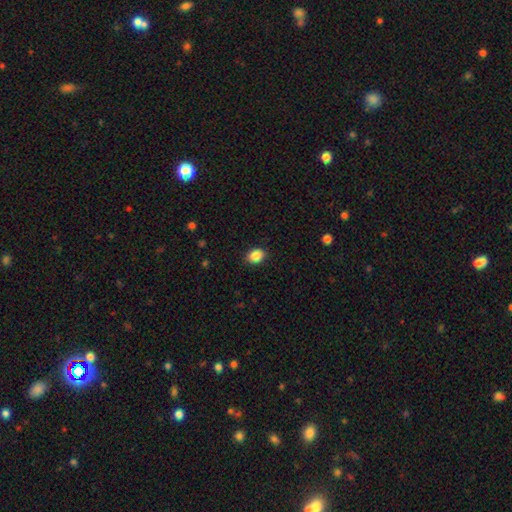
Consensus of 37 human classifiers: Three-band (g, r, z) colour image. It shows a smooth galaxy with no disk features (92%) that is round (62%). Merging: none (81%).